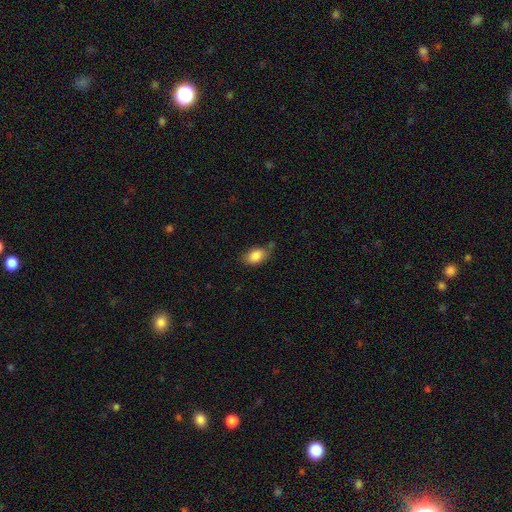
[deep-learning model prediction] smooth 84%, featured or disk 8%, star or artifact 8%. Down the decision tree: how rounded — in between (84%); merging — none (57%).